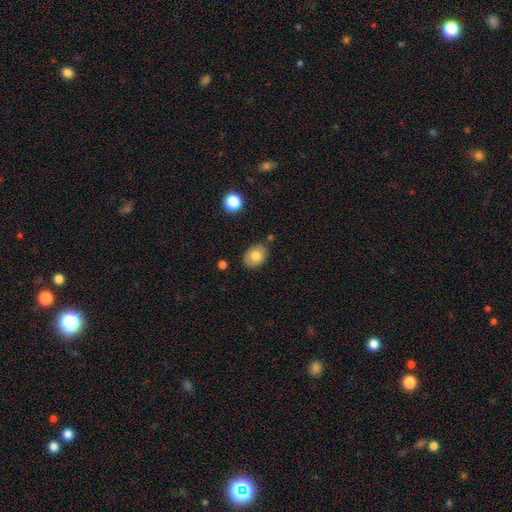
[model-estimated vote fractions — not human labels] smooth_or_featured: smooth (p=0.76) [alt: featured or disk p=0.16]
how_rounded: in between (p=0.73) [alt: round p=0.26]
merging: none (p=0.81) [alt: minor disturbance p=0.13]